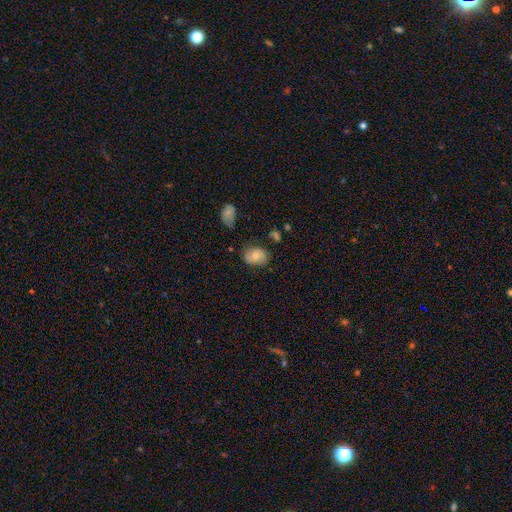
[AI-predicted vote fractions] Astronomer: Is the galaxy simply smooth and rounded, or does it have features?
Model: smooth — 60%.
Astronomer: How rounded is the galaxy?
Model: in between — 70%.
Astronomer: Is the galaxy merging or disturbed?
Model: none — 63%.